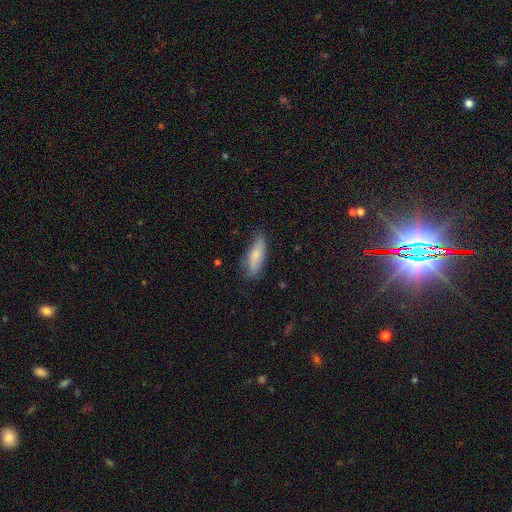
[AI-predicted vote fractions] A smooth galaxy with no disk features (74%) that is in between round and cigar-shaped (52%). Merging: none (69%).